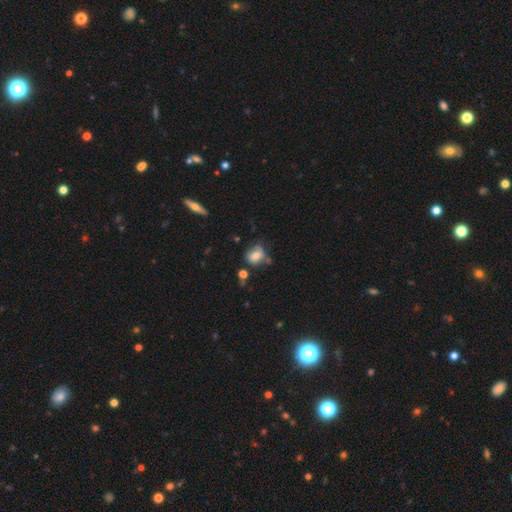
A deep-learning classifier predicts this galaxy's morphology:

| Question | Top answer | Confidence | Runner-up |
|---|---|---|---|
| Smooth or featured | smooth | 69% | featured or disk (20%) |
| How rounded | round | 49% | tied: in between (49%) |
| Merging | none | 47% | minor disturbance (29%) |